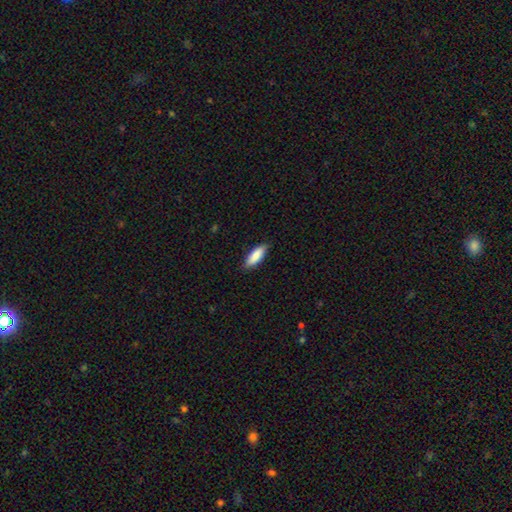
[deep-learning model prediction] smooth-or-featured: smooth: 85% | featured or disk: 9% | star or artifact: 6%
  how-rounded: in between: 63% | cigar-shaped: 35% | round: 2%
  merging: none: 84% | minor disturbance: 13% | major disturbance: 2% | merger: 1%